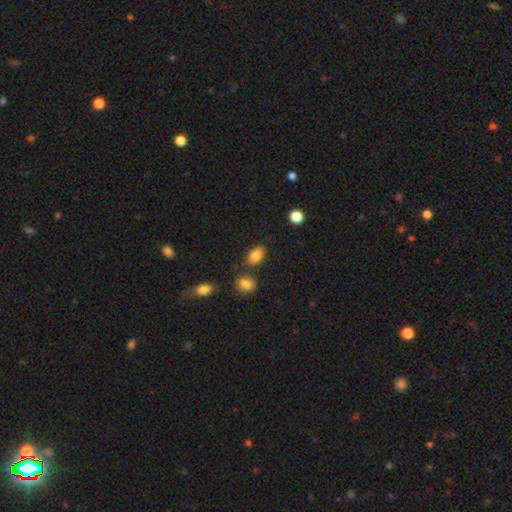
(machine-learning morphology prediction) Q: Smooth or featured?
A: smooth (85%); runner-up: star or artifact (8%)
Q: How rounded?
A: in between (88%); runner-up: round (11%)
Q: Merging?
A: none (78%); runner-up: minor disturbance (12%)